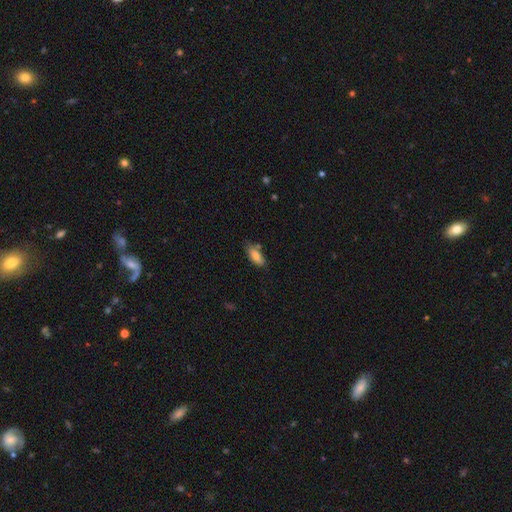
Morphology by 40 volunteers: Smooth or featured? 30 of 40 (75%) said smooth. How rounded? 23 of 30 (77%) said in between. Merging? 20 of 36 (56%) said none.